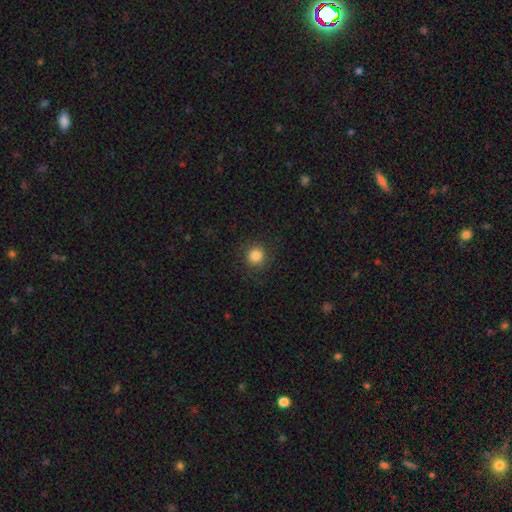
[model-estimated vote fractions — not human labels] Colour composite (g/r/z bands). It shows a smooth galaxy with no disk features (84%) that is round (93%). Merging: none (88%).